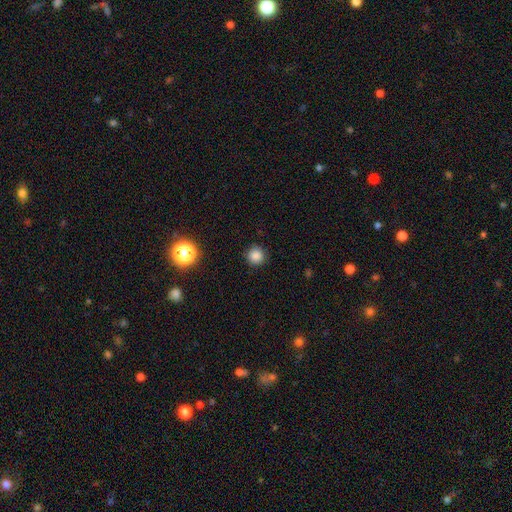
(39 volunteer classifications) Morphology: type=smooth (87%); roundness=round (97%); merging=none (80%).